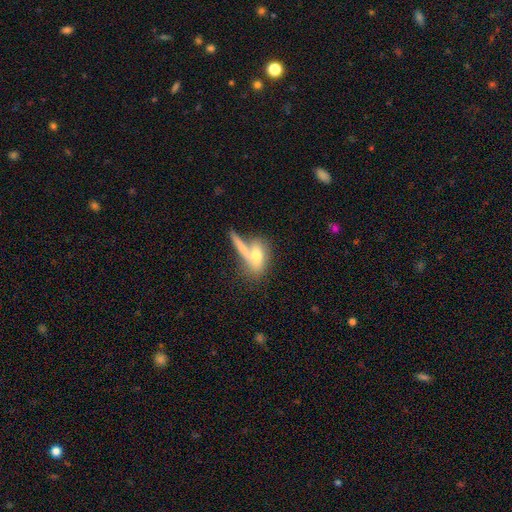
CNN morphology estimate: Smooth or featured? Predicted: smooth (p=0.67). How rounded? Predicted: in between (p=0.70). Merging? Predicted: none (p=0.40).